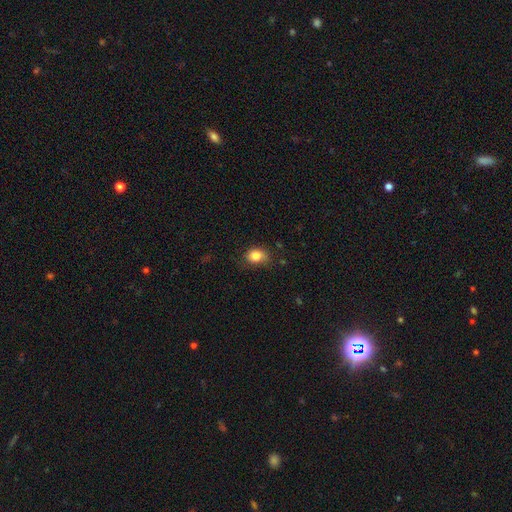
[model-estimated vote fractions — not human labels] Smooth or featured: smooth — 84% (star or artifact — 9%)
How rounded: in between — 59% (round — 40%)
Merging: none — 65% (minor disturbance — 27%)